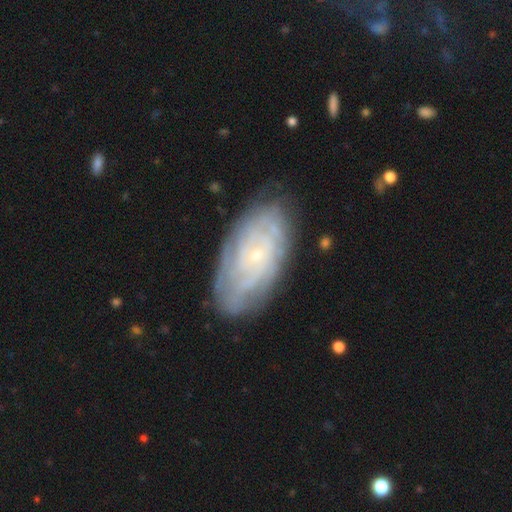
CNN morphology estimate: featured or disk 75%, smooth 18%, star or artifact 6%. Down the decision tree: edge-on disk — no (94%); bar — no (79%); spiral arms — yes (86%); spiral arm count — can't tell (55%); spiral winding — tight (76%); bulge size — small (85%); merging — none (78%).